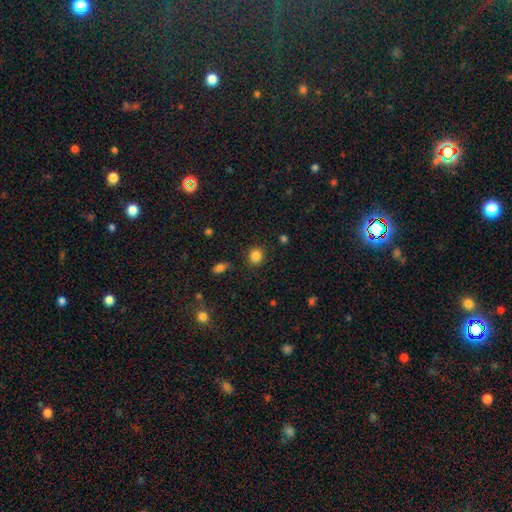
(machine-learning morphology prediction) type=smooth (84%); roundness=round (85%); merging=none (87%).